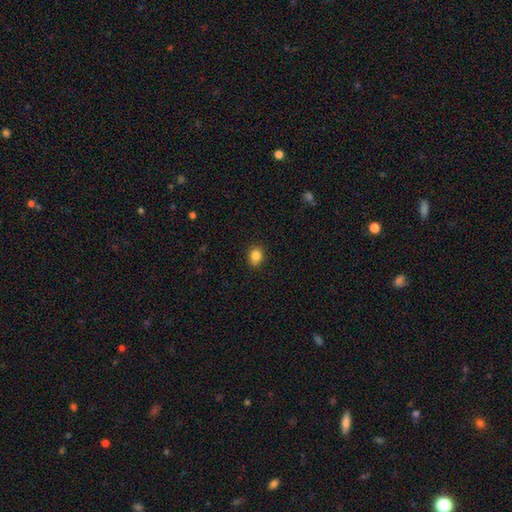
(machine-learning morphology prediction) Smooth or featured? smooth (84%)
How rounded? round (65%)
Merging? none (89%)